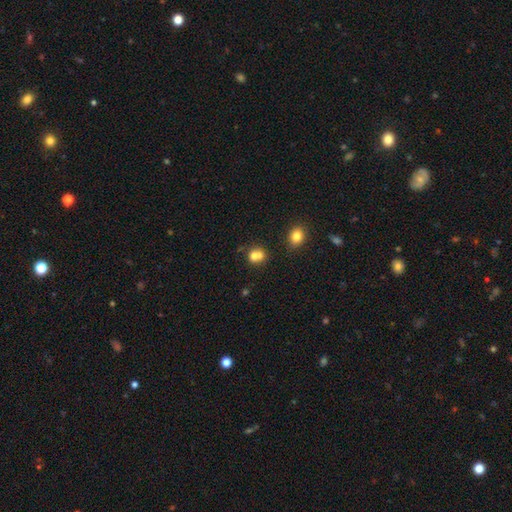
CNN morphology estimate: This appears to be a smooth galaxy with no disk features (73%) that is round (74%). Merging: merger (51%).